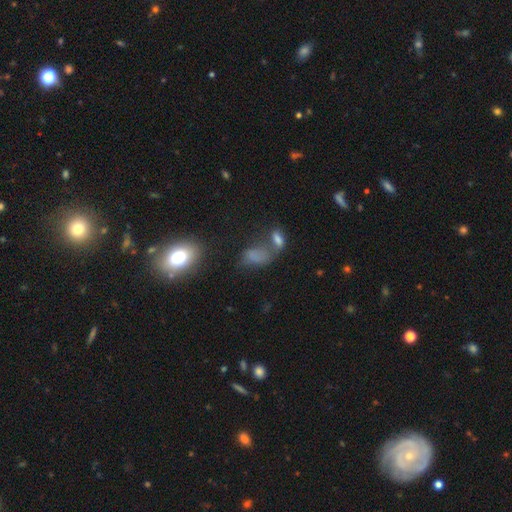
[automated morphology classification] Q: Smooth or featured?
A: smooth (68%); runner-up: star or artifact (18%)
Q: How rounded?
A: in between (85%); runner-up: round (11%)
Q: Merging?
A: merger (37%); runner-up: none (29%)